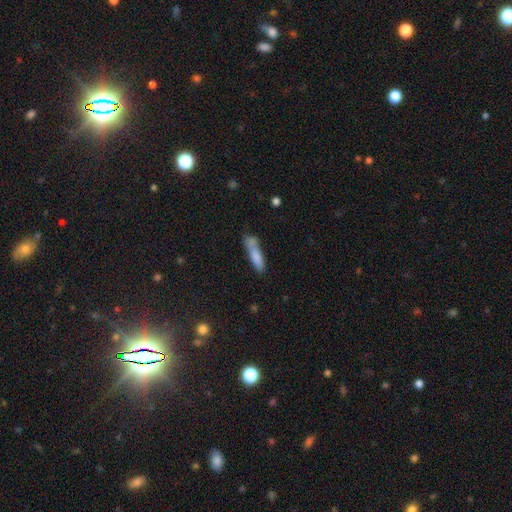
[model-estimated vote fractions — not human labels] smooth 78%, featured or disk 14%, star or artifact 8%. Down the decision tree: how rounded — cigar-shaped (71%); merging — none (45%).